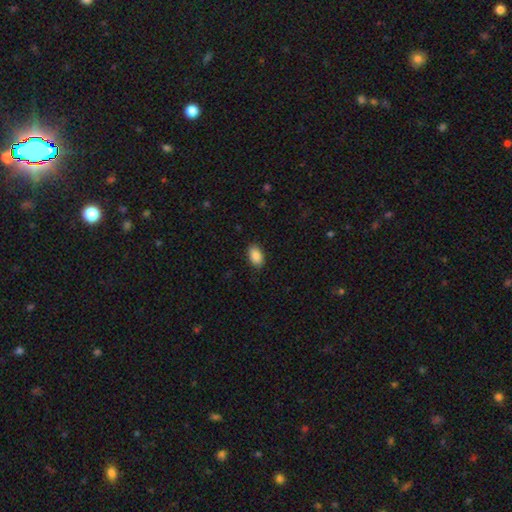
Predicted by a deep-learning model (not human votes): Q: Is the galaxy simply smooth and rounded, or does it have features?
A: smooth — 89%.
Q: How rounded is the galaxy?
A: in between — 92%.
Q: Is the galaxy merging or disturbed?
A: none — 87%.